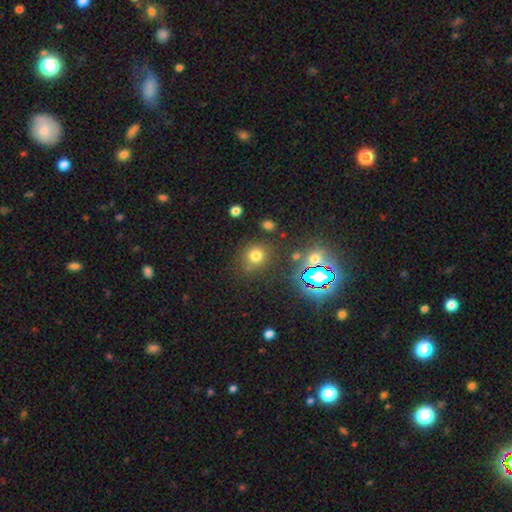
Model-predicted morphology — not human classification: This appears to be a smooth galaxy with no disk features (71%) that is round (89%). Merging: none (77%).